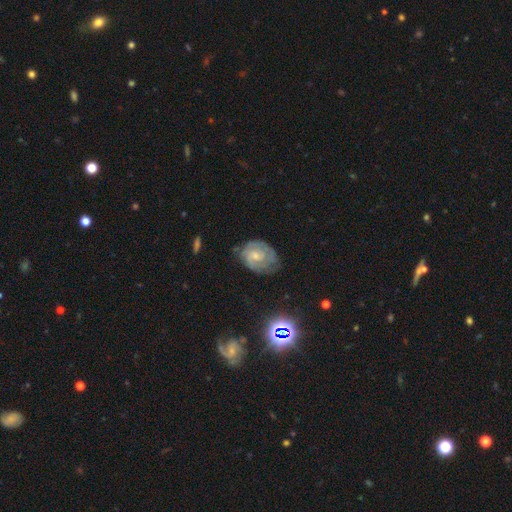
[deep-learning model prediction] This is likely a featured or disk galaxy (66%). It is clearly not viewed edge-on (97%). Bar: likely no (63%). Spiral arm pattern: clearly yes (85%). Spiral arm count: marginally 2 (39%). Spiral winding: possibly tight (59%). Central bulge: possibly small (52%). Merging: possibly none (57%).